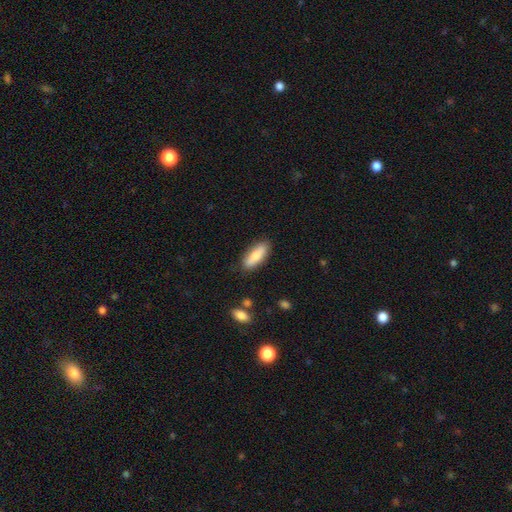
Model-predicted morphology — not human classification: This is likely a smooth galaxy (77%). How rounded: possibly in between (59%). Merging: clearly none (84%).